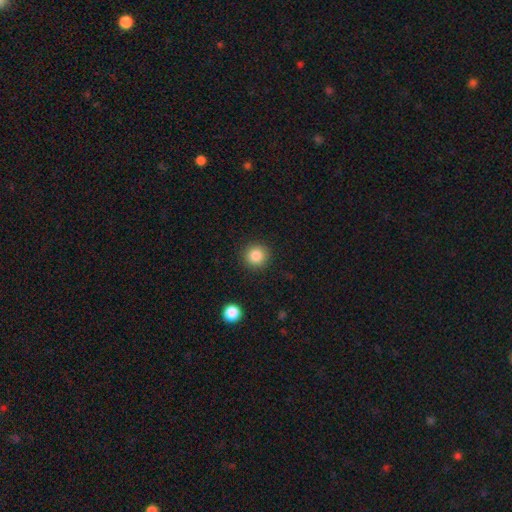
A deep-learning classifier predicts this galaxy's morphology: smooth 85%, star or artifact 10%, featured or disk 5%. Down the decision tree: how rounded — round (94%); merging — none (91%).